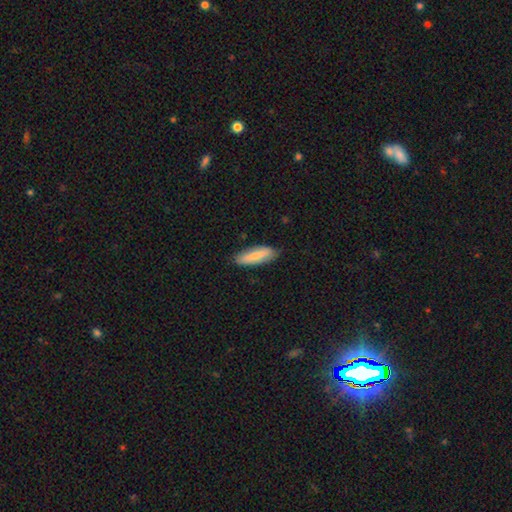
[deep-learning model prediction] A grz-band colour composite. It shows a smooth galaxy with no disk features (67%) that is in between round and cigar-shaped (54%). Merging: none (82%).